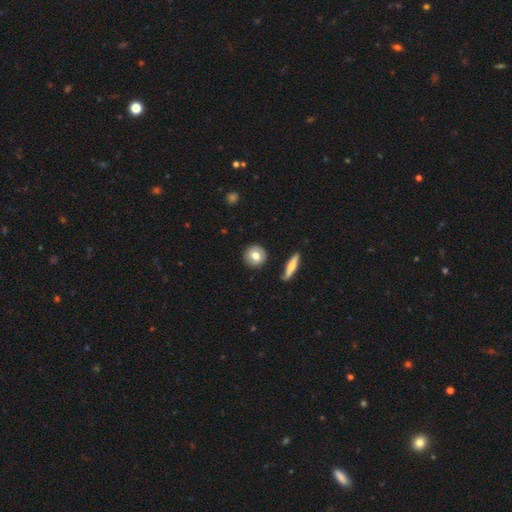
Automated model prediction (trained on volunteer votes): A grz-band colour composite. It shows a smooth galaxy with no disk features (73%) that is round (89%). Merging: none (89%).